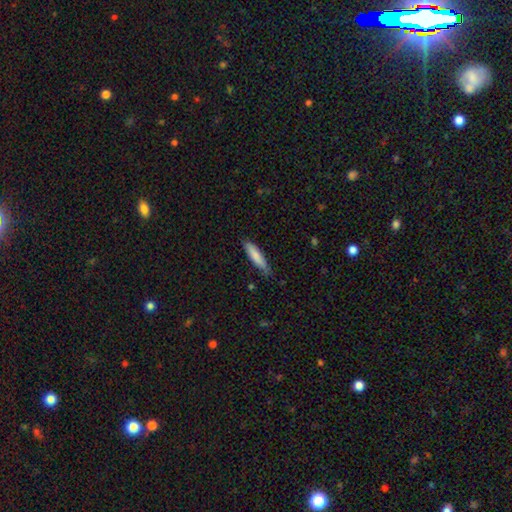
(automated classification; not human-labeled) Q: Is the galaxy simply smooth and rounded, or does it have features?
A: smooth — 82%.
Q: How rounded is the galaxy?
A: cigar-shaped — 81%.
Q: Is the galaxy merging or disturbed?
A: none — 78%.